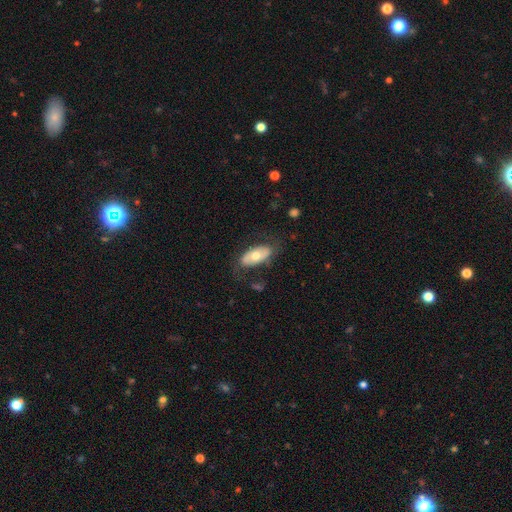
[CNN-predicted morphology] Smooth or featured?
  - smooth: 56% *
  - featured or disk: 38%
  - star or artifact: 6%
How rounded?
  - in between: 90% *
  - cigar-shaped: 7%
  - round: 3%
Merging?
  - none: 70% *
  - minor disturbance: 19%
  - major disturbance: 9%
  - merger: 2%